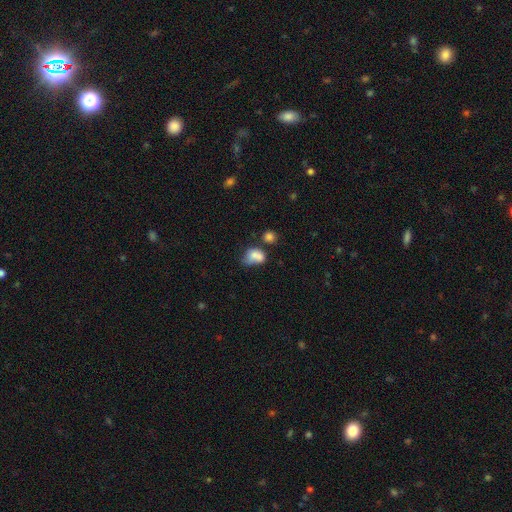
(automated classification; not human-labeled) Smooth or featured: smooth — 75% (featured or disk — 14%)
How rounded: in between — 64% (round — 35%)
Merging: merger — 36% (none — 26%)